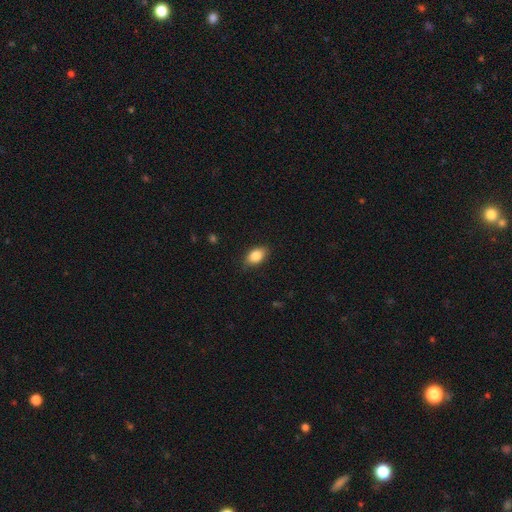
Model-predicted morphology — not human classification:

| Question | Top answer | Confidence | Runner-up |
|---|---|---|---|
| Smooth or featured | smooth | 85% | featured or disk (7%) |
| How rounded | in between | 88% | round (10%) |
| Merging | none | 85% | minor disturbance (12%) |